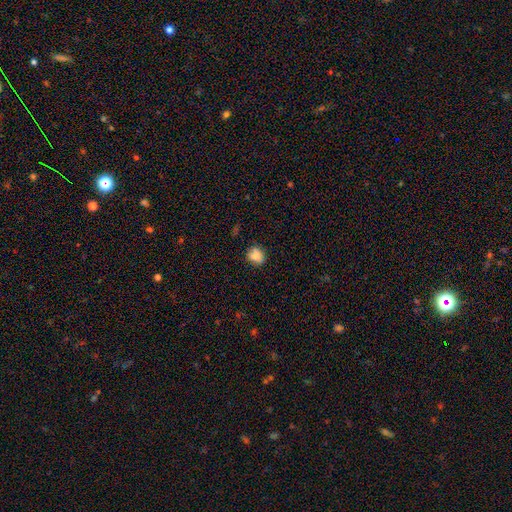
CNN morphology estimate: type=smooth (77%); roundness=round (58%); merging=none (70%).